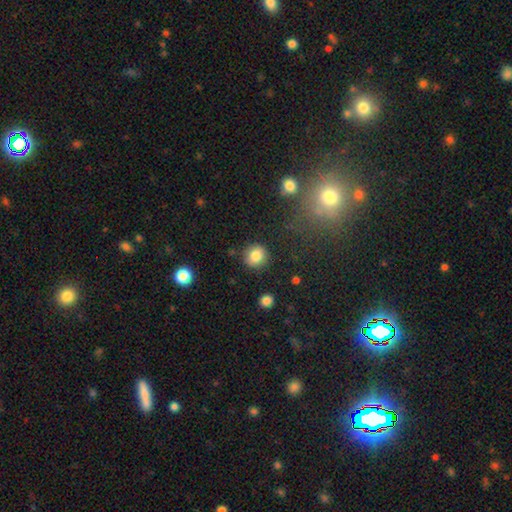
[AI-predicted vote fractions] smooth 83%, star or artifact 10%, featured or disk 7%. Down the decision tree: how rounded — round (86%); merging — none (86%).